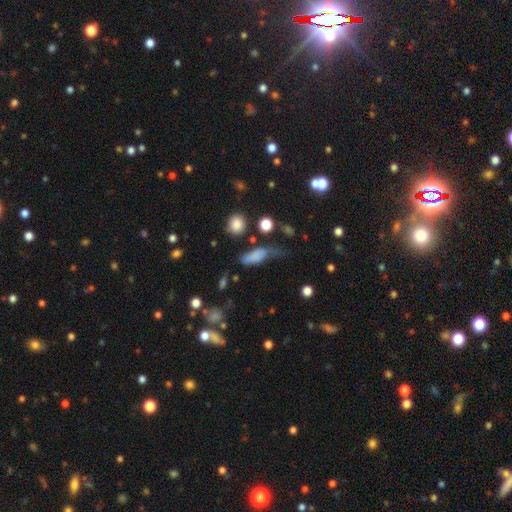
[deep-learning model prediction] smooth_or_featured: smooth (p=0.74) [alt: featured or disk p=0.15]
how_rounded: in between (p=0.67) [alt: cigar-shaped p=0.25]
merging: none (p=0.33) [alt: minor disturbance p=0.32]